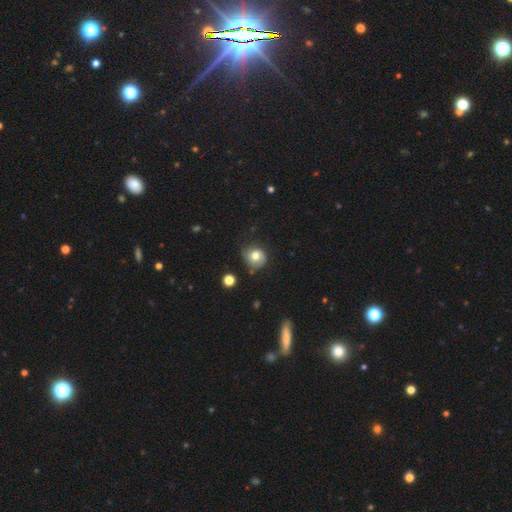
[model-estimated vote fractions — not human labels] Smooth or featured: smooth — 67% (featured or disk — 24%)
How rounded: round — 78% (in between — 21%)
Merging: none — 56% (minor disturbance — 29%)